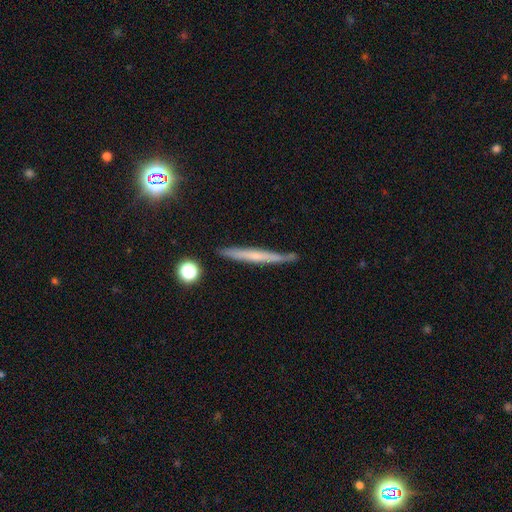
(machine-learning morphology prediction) Overall: featured or disk (49%; smooth 43%). Merging: none (84%).